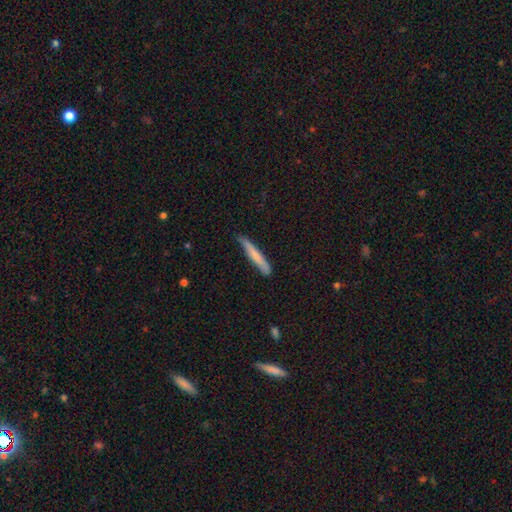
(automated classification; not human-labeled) A smooth galaxy with no disk features (67%) that is cigar-shaped (95%).

Vote fractions:
- Smooth or featured? smooth: 67% / featured or disk: 27% / star or artifact: 5%
- How rounded? cigar-shaped: 95% / in between: 4% / round: 1%
- Merging? none: 79% / minor disturbance: 17% / major disturbance: 3% / merger: 2%